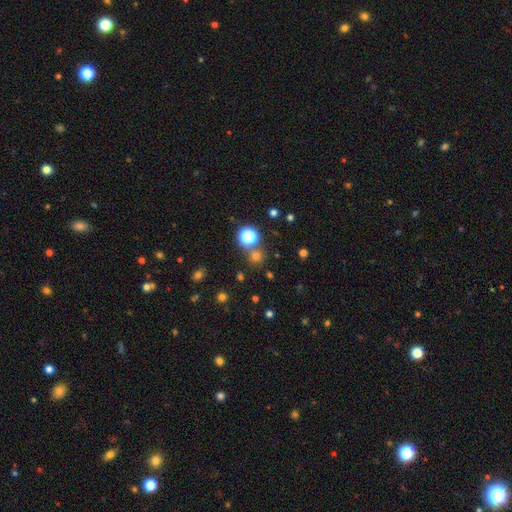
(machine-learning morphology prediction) Smooth or featured?
  - smooth: 63% *
  - star or artifact: 32%
  - featured or disk: 6%
How rounded?
  - round: 91% *
  - in between: 8%
  - cigar-shaped: 1%
Merging?
  - none: 76% *
  - merger: 13%
  - minor disturbance: 8%
  - major disturbance: 3%